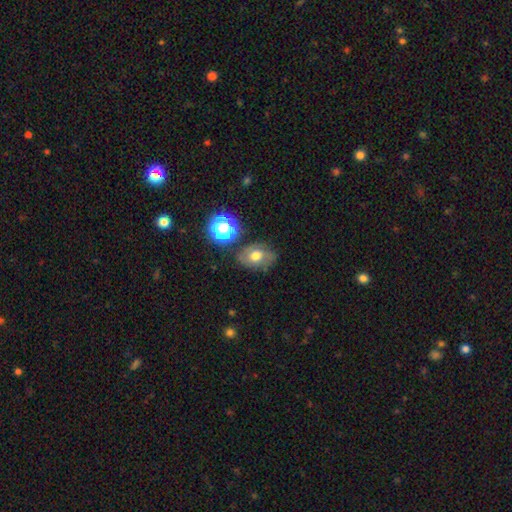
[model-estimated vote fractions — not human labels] The model was most divided on "smooth or featured": smooth: 56%, featured or disk: 31%, star or artifact: 13%. More confident: how rounded — in between (66%); merging — none (65%).